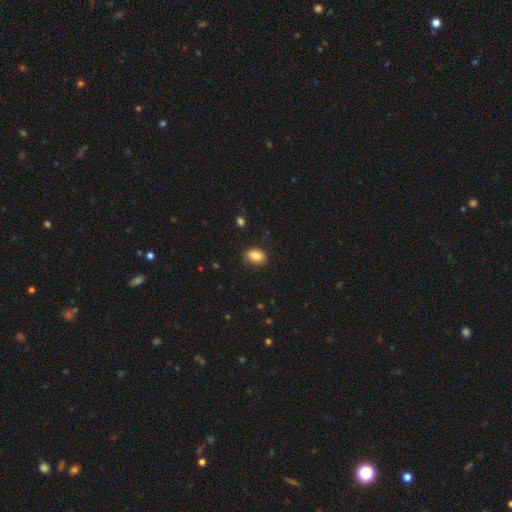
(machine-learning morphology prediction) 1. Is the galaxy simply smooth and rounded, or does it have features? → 87% smooth, 8% star or artifact, 5% featured or disk.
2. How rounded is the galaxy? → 85% in between, 14% round, 1% cigar-shaped.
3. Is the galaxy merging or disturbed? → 85% none, 11% minor disturbance, 2% major disturbance, 1% merger.